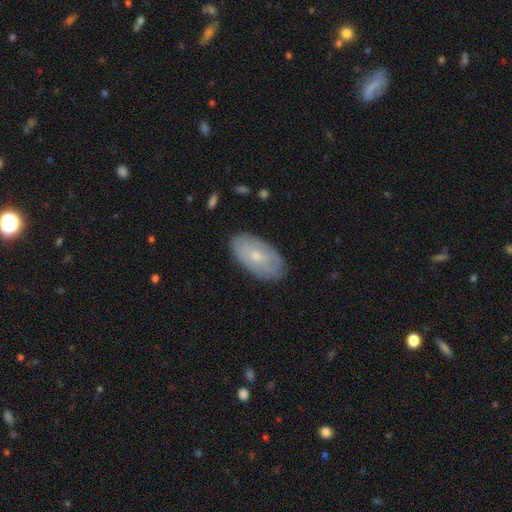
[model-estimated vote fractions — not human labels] smooth 60%, featured or disk 34%, star or artifact 6%. Down the decision tree: how rounded — in between (94%); merging — none (84%).